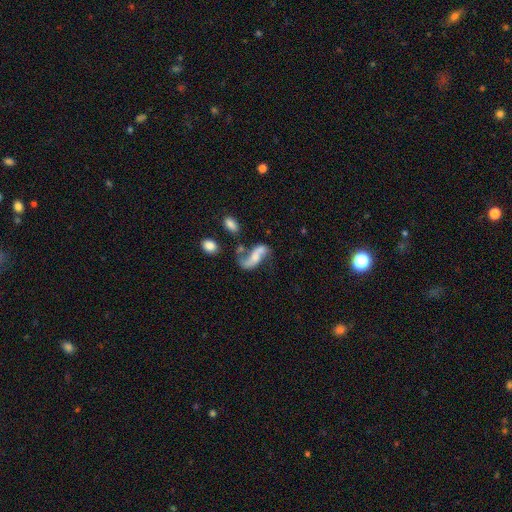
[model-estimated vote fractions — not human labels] This appears to be a featured or disk galaxy (73%) with no bar (50%), 2 (88%) loose (84%) spiral arms (89%) and a small central bulge (38%). Merging: none (46%).